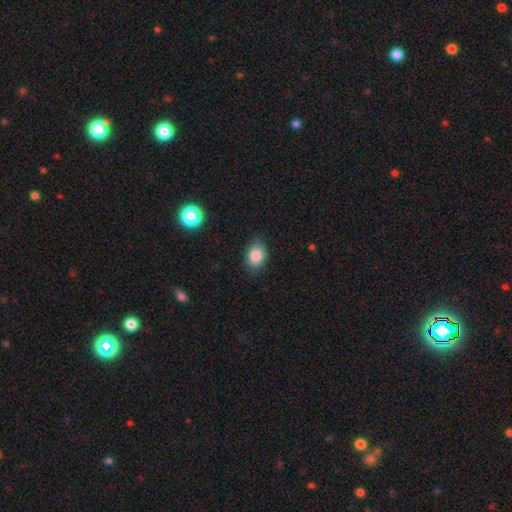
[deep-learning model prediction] smooth 85%, star or artifact 9%, featured or disk 6%. Down the decision tree: how rounded — in between (75%); merging — none (82%).